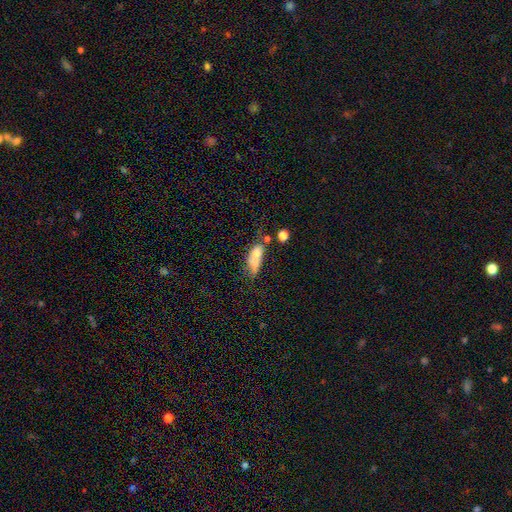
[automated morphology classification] smooth_or_featured: smooth (p=0.66) [alt: featured or disk p=0.24]
how_rounded: in between (p=0.71) [alt: cigar-shaped p=0.22]
merging: merger (p=0.30) [alt: none p=0.25]